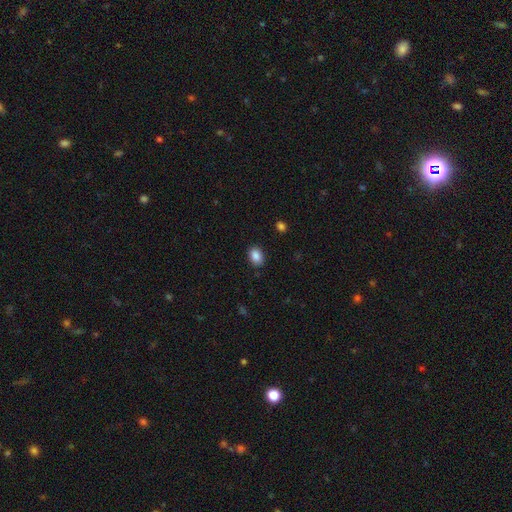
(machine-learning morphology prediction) Smooth or featured? Predicted: smooth (p=0.87). How rounded? Predicted: in between (p=0.72). Merging? Predicted: none (p=0.87).